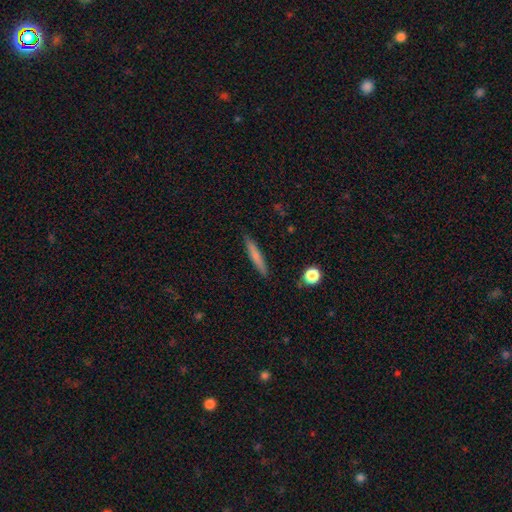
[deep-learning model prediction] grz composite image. It shows a smooth galaxy with no disk features (69%) that is cigar-shaped (93%). Merging: none (88%).